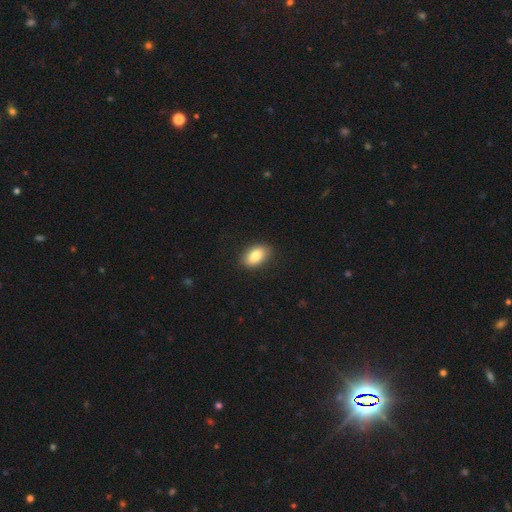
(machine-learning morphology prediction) A smooth galaxy with no disk features (83%) that is in between round and cigar-shaped (90%).

Vote fractions:
- Smooth or featured? smooth: 83% / featured or disk: 10% / star or artifact: 7%
- How rounded? in between: 90% / round: 8% / cigar-shaped: 2%
- Merging? none: 88% / minor disturbance: 9% / major disturbance: 2% / merger: 1%